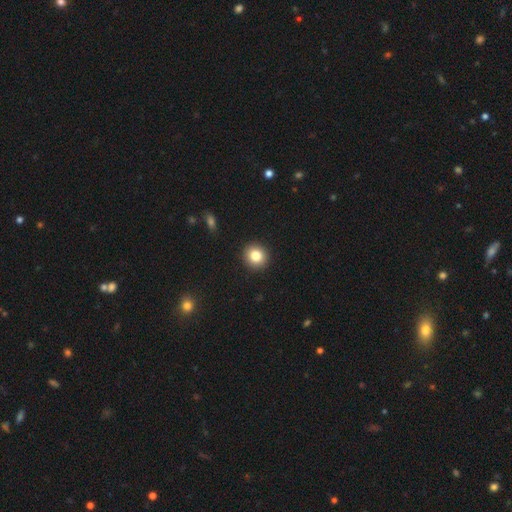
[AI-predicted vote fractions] A smooth galaxy with no disk features (82%) that is round (88%). Merging: none (92%).